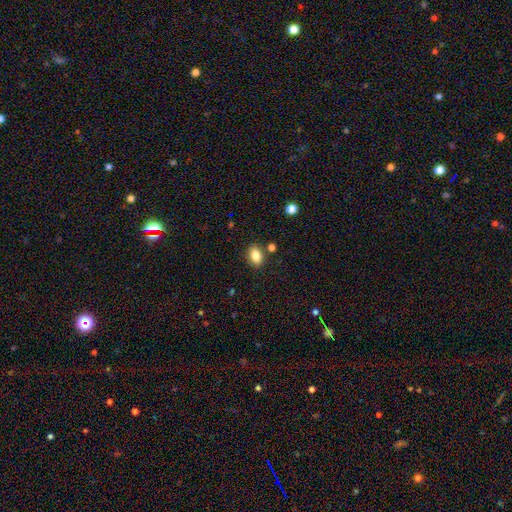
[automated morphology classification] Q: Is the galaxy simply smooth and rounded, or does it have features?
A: smooth — 84%.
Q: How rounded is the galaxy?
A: in between — 81%.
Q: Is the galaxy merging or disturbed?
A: none — 83%.